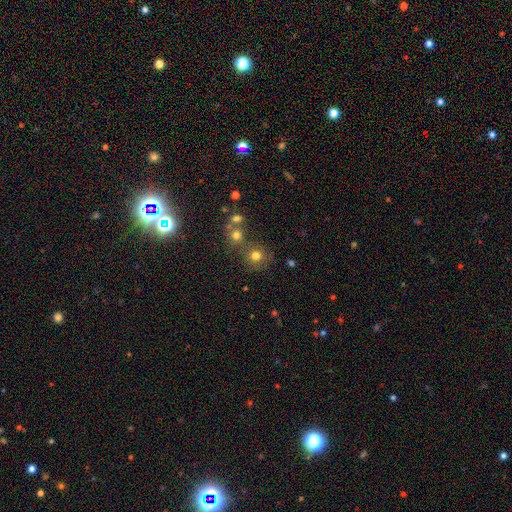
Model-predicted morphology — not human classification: Smooth or featured: smooth — 75% (star or artifact — 17%)
How rounded: round — 89% (in between — 10%)
Merging: none — 66% (merger — 20%)